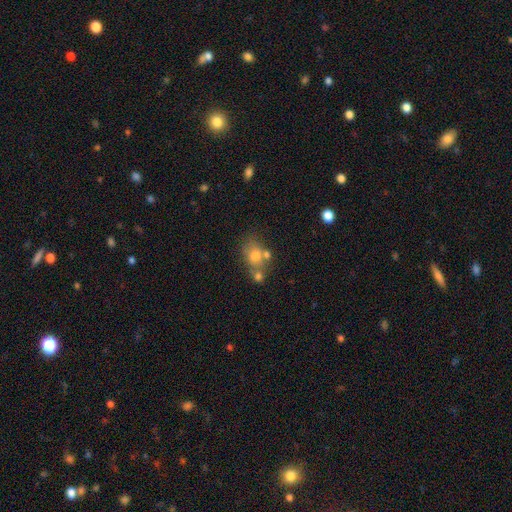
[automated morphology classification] Smooth or featured? smooth (67%)
How rounded? in between (52%)
Merging? none (46%)